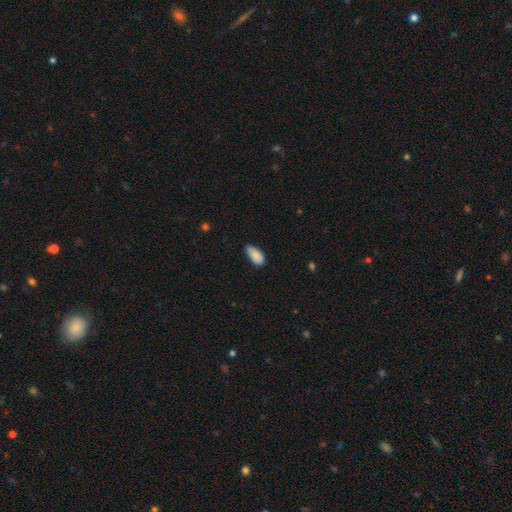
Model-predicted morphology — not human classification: smooth 86%, featured or disk 8%, star or artifact 7%. Down the decision tree: how rounded — in between (93%); merging — none (60%).